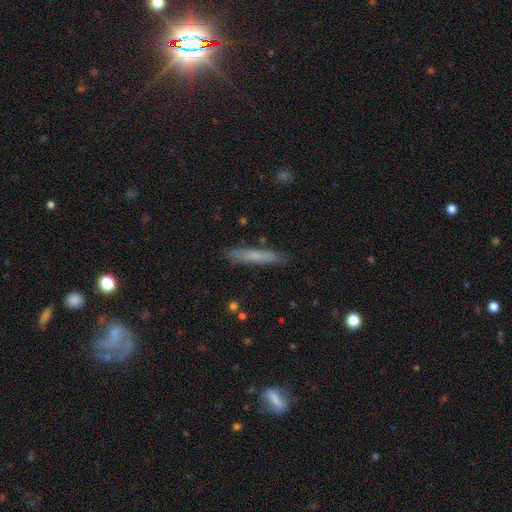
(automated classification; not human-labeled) Smooth or featured?
  - smooth: 69% *
  - featured or disk: 24%
  - star or artifact: 7%
How rounded?
  - cigar-shaped: 94% *
  - in between: 5%
  - round: 1%
Merging?
  - none: 87% *
  - minor disturbance: 9%
  - major disturbance: 2%
  - merger: 2%